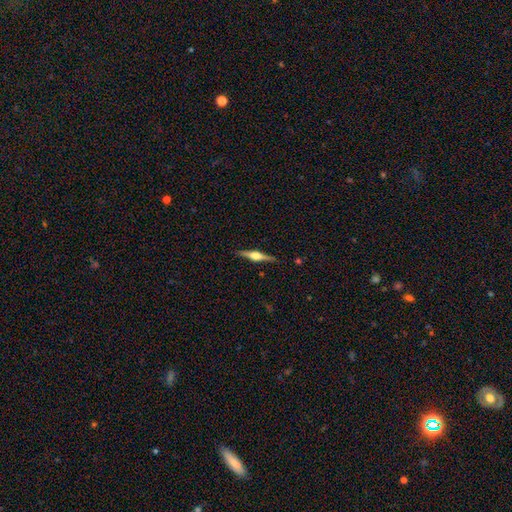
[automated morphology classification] type=featured or disk (73%); edge-on=yes (98%); edge-on bulge=rounded (90%); merging=none (89%).